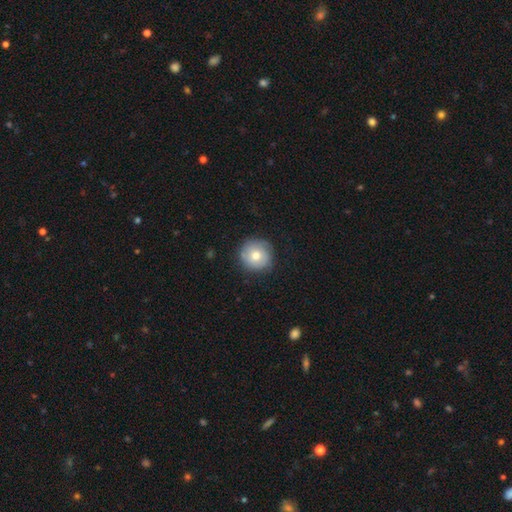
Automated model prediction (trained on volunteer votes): Smooth or featured: smooth — 69% (featured or disk — 22%)
How rounded: round — 94% (in between — 5%)
Merging: none — 82% (minor disturbance — 13%)